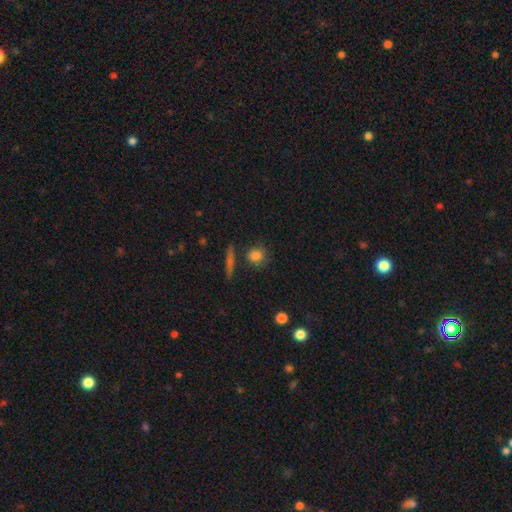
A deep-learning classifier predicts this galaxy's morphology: Smooth or featured?
  - smooth: 81% *
  - star or artifact: 10%
  - featured or disk: 8%
How rounded?
  - round: 81% *
  - in between: 14%
  - cigar-shaped: 5%
Merging?
  - none: 77% *
  - minor disturbance: 12%
  - merger: 7%
  - major disturbance: 4%